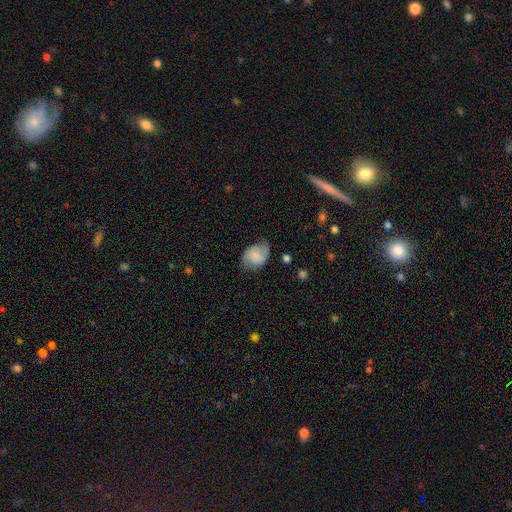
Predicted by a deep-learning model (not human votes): Smooth or featured? smooth (51%)
How rounded? in between (67%)
Merging? none (62%)